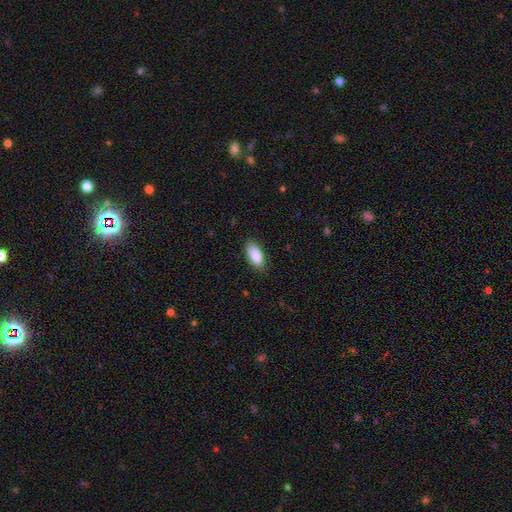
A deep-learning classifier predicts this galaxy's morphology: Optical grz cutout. It shows a smooth galaxy with no disk features (87%) that is in between round and cigar-shaped (91%). Merging: none (82%).